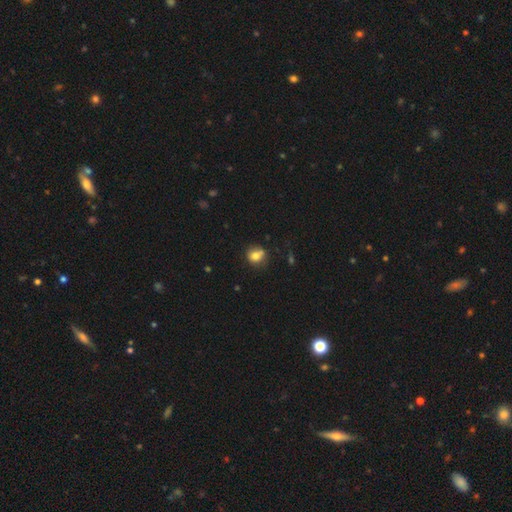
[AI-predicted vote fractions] This appears to be a smooth galaxy with no disk features (75%) that is round (76%). Merging: none (58%).